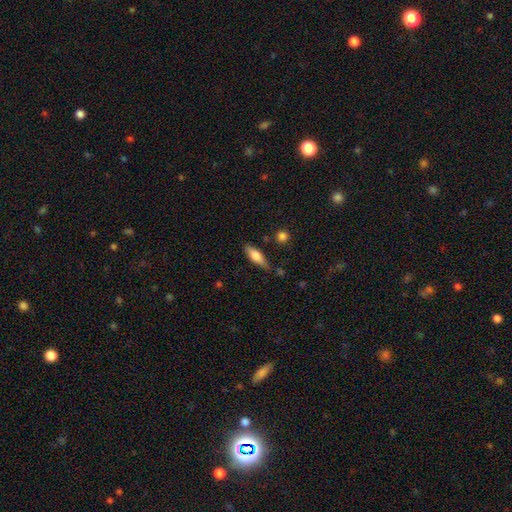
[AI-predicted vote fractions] Overall: smooth (68%). How rounded: in between (50%; cigar-shaped 47%). Merging: none (72%).